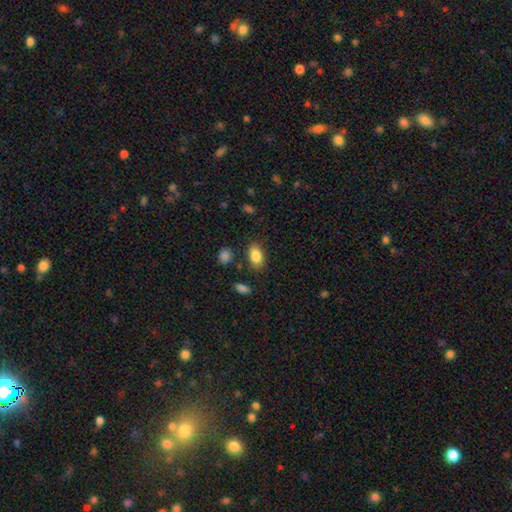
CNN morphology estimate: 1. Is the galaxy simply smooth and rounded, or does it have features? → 85% smooth, 8% star or artifact, 7% featured or disk.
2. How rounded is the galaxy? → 86% in between, 12% round, 2% cigar-shaped.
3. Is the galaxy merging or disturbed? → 81% none, 12% minor disturbance, 4% major disturbance, 3% merger.